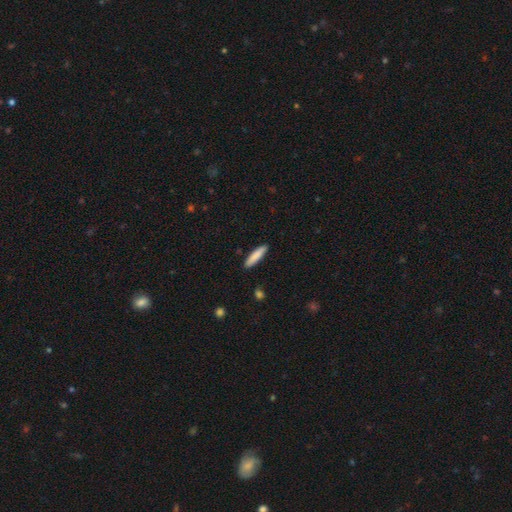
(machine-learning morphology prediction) Smooth or featured: smooth — 85% (featured or disk — 10%)
How rounded: cigar-shaped — 80% (in between — 19%)
Merging: none — 89% (minor disturbance — 8%)